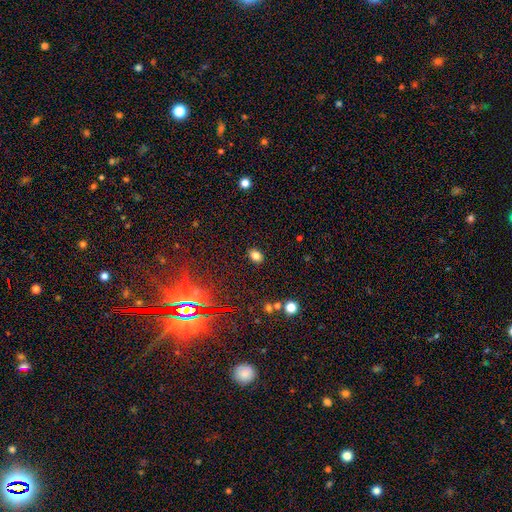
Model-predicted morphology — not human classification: This appears to be a smooth galaxy with no disk features (78%) that is in between round and cigar-shaped (72%). Merging: none (88%).